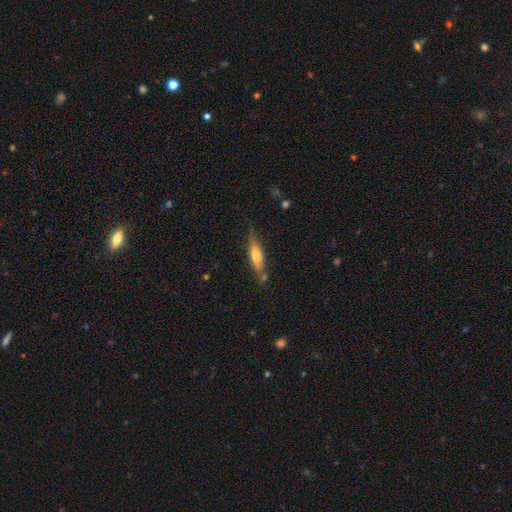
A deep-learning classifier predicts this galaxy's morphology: The model was most divided on "smooth or featured": smooth: 49%, featured or disk: 44%, star or artifact: 7%. More confident: merging — none (70%).